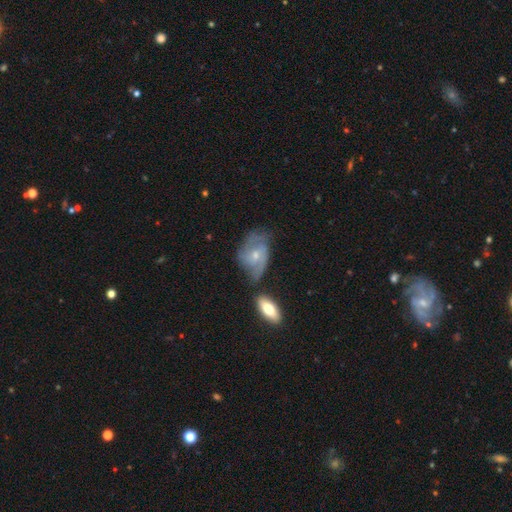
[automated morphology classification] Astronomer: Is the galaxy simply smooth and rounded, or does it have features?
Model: featured or disk — 68%.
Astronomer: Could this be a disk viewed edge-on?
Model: no — 96%.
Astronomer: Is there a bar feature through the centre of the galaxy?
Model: no — 62%.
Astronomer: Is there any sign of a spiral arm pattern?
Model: yes — 86%.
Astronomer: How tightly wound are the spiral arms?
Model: medium — 45% (runner-up: tight, 28%).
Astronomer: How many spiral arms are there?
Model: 2 — 55%.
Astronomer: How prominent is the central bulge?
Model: small — 58% (runner-up: moderate, 37%).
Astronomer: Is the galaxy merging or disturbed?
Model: none — 46% (runner-up: minor disturbance, 28%).